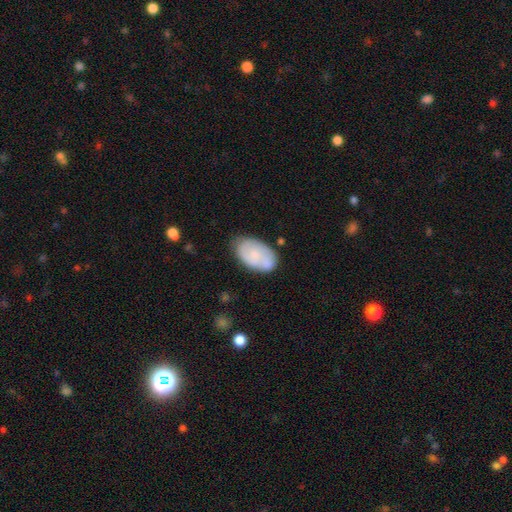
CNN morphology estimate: Smooth or featured? Predicted: smooth (p=0.53). How rounded? Predicted: in between (p=0.92). Merging? Predicted: none (p=0.70).